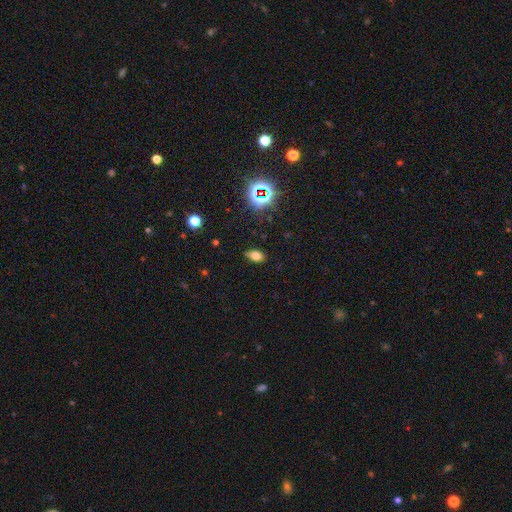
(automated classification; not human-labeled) This appears to be a smooth galaxy with no disk features (70%) that is in between round and cigar-shaped (84%). Merging: none (77%).